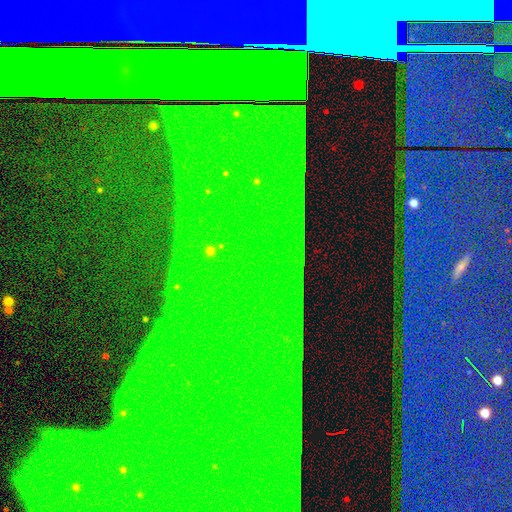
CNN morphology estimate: Overall: star or artifact (87%).